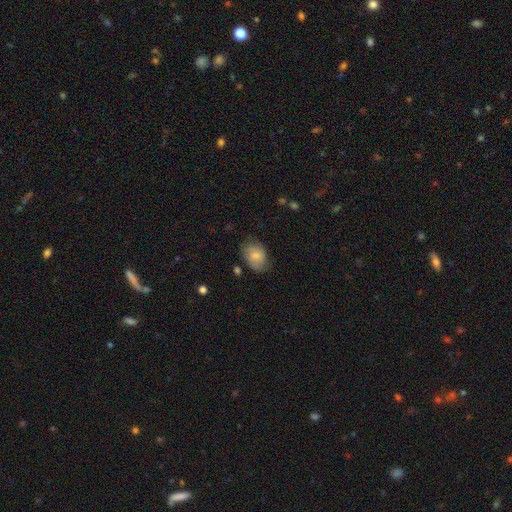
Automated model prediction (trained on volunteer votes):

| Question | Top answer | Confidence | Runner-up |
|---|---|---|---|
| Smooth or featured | smooth | 79% | featured or disk (14%) |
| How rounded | in between | 74% | round (25%) |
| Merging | none | 66% | minor disturbance (25%) |